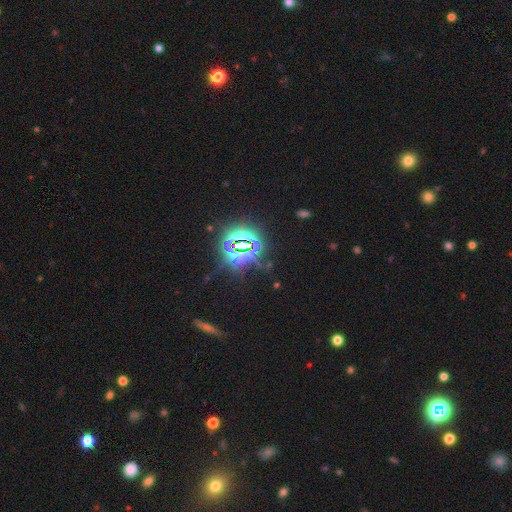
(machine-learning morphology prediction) A star or artifact, not a galaxy (83%).

Vote fractions:
- Smooth or featured? star or artifact: 83% / smooth: 10% / featured or disk: 7%